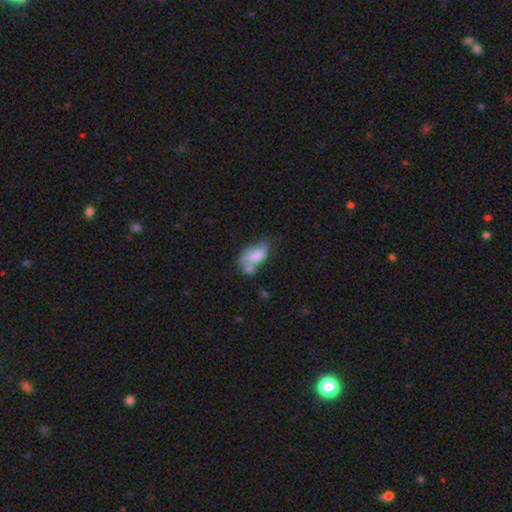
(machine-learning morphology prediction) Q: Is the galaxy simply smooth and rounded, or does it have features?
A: smooth — 73%.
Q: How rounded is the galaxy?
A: in between — 91%.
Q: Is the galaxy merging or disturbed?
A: merger — 36%.